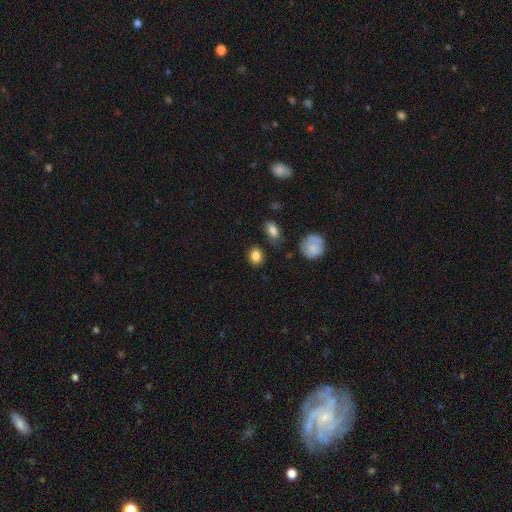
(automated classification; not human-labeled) Morphology: type=smooth (85%); roundness=round (50%); merging=none (81%).